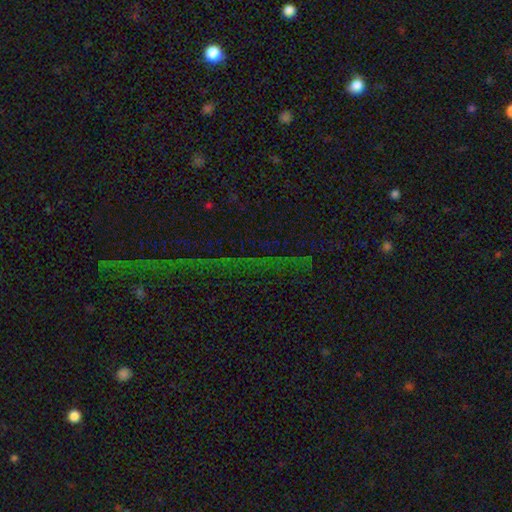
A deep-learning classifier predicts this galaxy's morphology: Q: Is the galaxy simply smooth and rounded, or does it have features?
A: star or artifact — 78%.